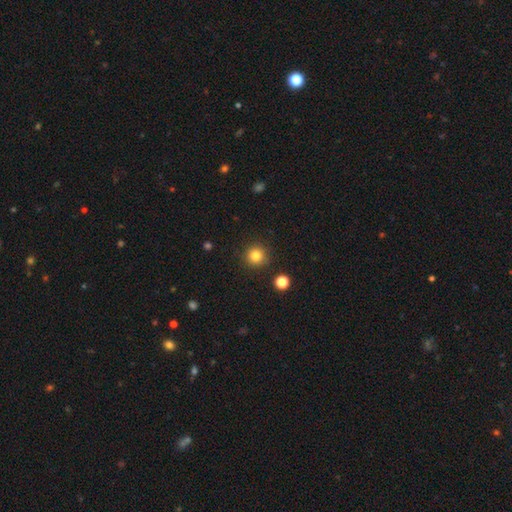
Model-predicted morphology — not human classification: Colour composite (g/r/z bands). It shows a smooth galaxy with no disk features (83%) that is round (94%). Merging: none (90%).